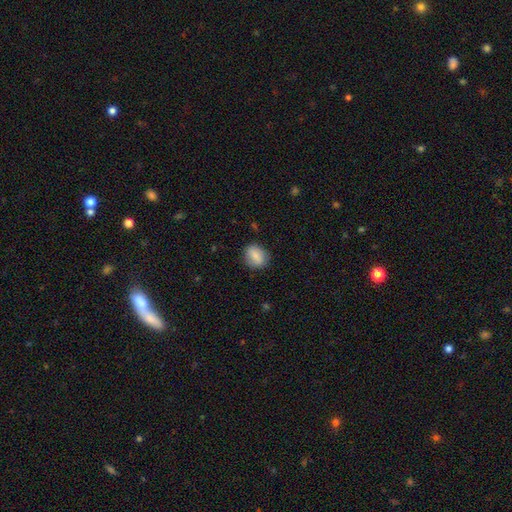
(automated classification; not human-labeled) Q: Smooth or featured?
A: smooth (81%); runner-up: featured or disk (11%)
Q: How rounded?
A: in between (54%); runner-up: round (44%)
Q: Merging?
A: none (83%); runner-up: minor disturbance (13%)